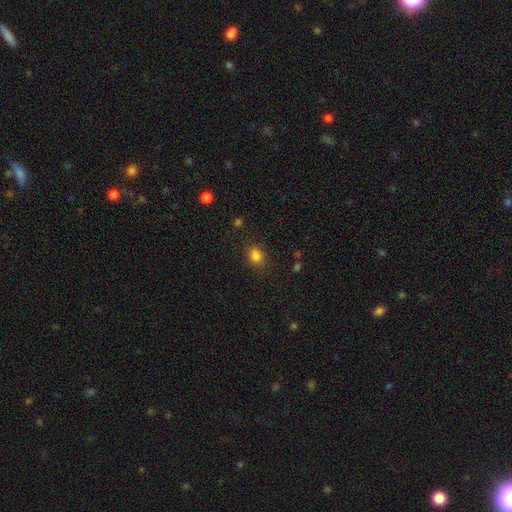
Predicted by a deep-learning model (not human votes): This appears to be a smooth galaxy with no disk features (84%) that is round (54%). Merging: none (83%).